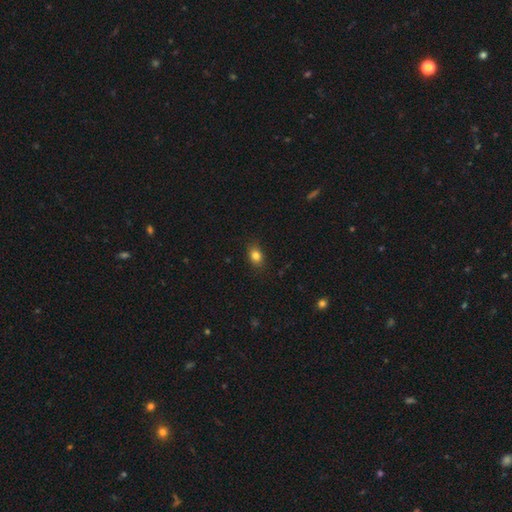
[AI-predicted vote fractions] A smooth galaxy with no disk features (83%) that is in between round and cigar-shaped (69%).

Vote fractions:
- Smooth or featured? smooth: 83% / star or artifact: 10% / featured or disk: 6%
- How rounded? in between: 69% / round: 30% / cigar-shaped: 2%
- Merging? none: 85% / minor disturbance: 11% / major disturbance: 3% / merger: 1%